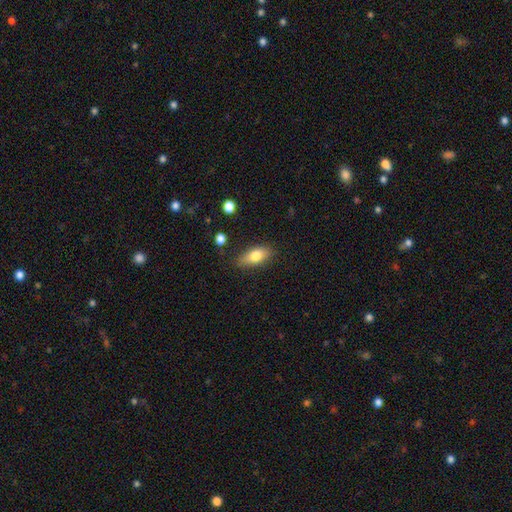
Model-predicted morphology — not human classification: A smooth galaxy with no disk features (76%) that is in between round and cigar-shaped (82%). Merging: none (81%).